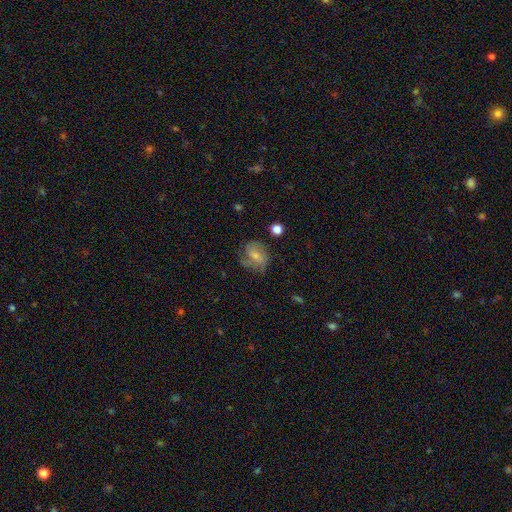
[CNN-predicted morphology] Q: Smooth or featured?
A: featured or disk (47%); runner-up: smooth (40%)
Q: Merging?
A: none (63%); runner-up: minor disturbance (22%)